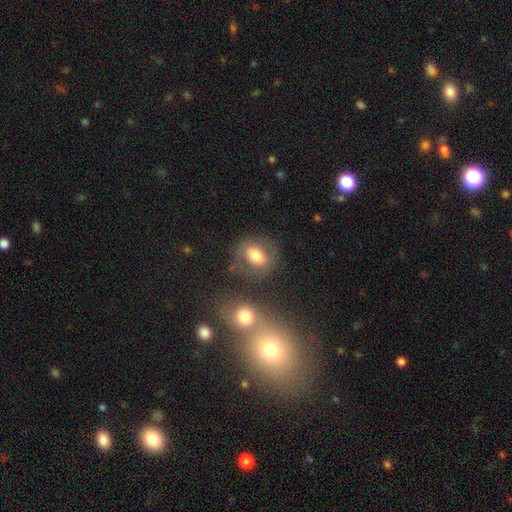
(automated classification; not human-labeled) Q: Smooth or featured?
A: smooth (70%); runner-up: featured or disk (21%)
Q: How rounded?
A: in between (54%); runner-up: round (45%)
Q: Merging?
A: none (68%); runner-up: minor disturbance (15%)